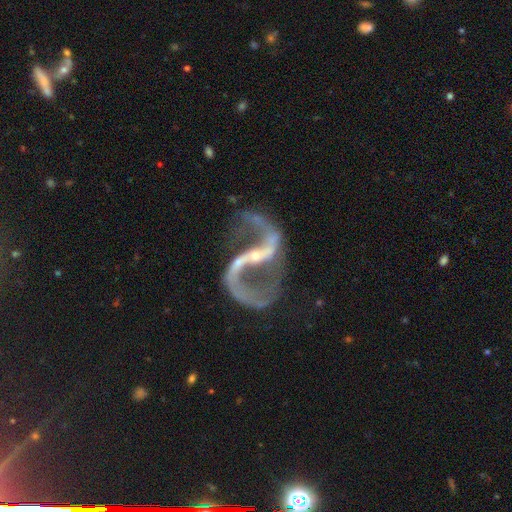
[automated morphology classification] smooth_or_featured: featured or disk (p=0.93) [alt: star or artifact p=0.05]
disk_edge_on: no (p=0.97) [alt: yes p=0.03]
bar: strong (p=0.54) [alt: weak p=0.27]
has_spiral_arms: yes (p=0.97) [alt: no p=0.03]
spiral_winding: loose (p=0.73) [alt: medium p=0.22]
spiral_arm_count: 2 (p=0.94) [alt: 1 p=0.02]
bulge_size: small (p=0.82) [alt: moderate p=0.11]
merging: none (p=0.65) [alt: major disturbance p=0.15]